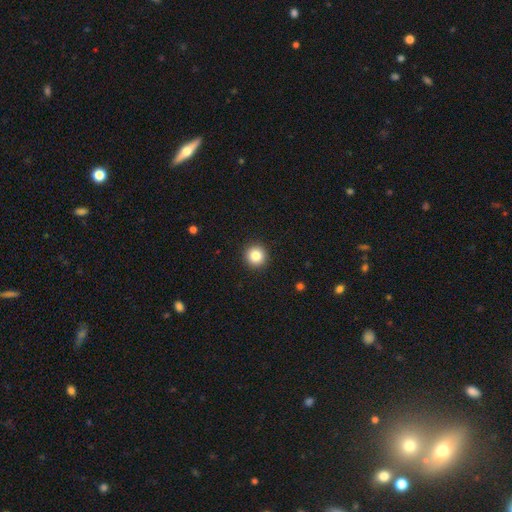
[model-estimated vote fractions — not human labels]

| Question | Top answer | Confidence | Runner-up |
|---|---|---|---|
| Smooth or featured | smooth | 85% | star or artifact (10%) |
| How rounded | round | 96% | in between (3%) |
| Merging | none | 93% | minor disturbance (4%) |